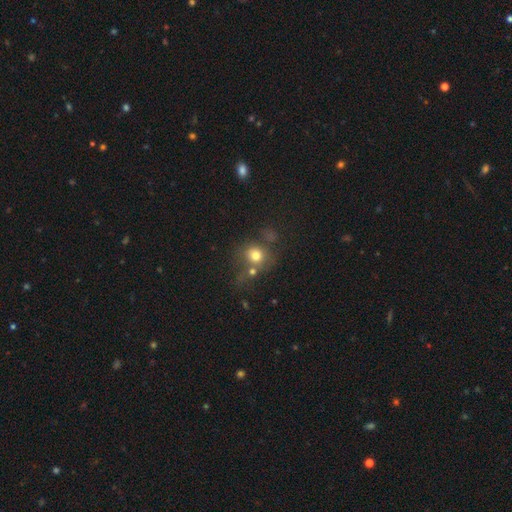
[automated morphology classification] Overall: smooth (71%). How rounded: round (79%). Merging: none (48%; merger 26%).